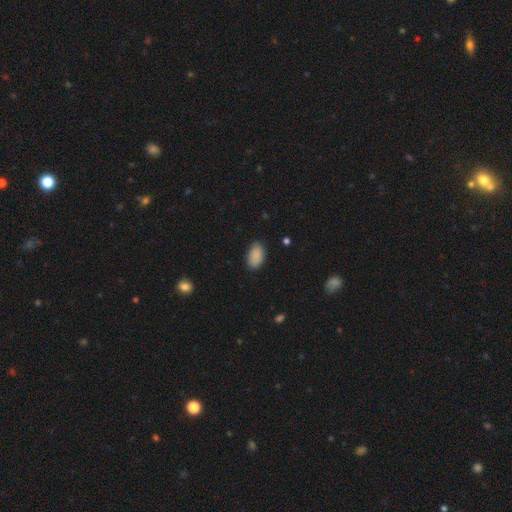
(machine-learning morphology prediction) Q: Smooth or featured?
A: smooth (89%); runner-up: star or artifact (7%)
Q: How rounded?
A: in between (93%); runner-up: round (6%)
Q: Merging?
A: none (84%); runner-up: minor disturbance (13%)